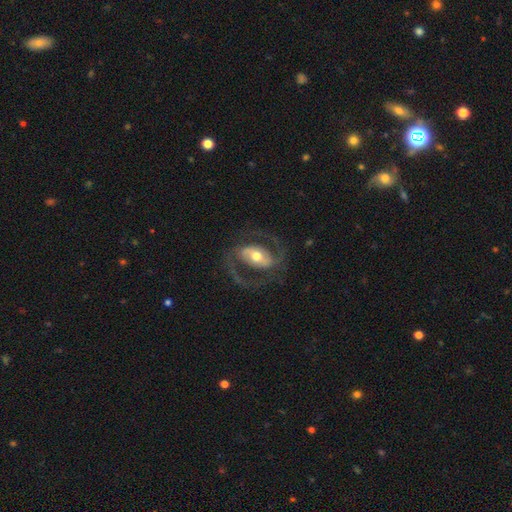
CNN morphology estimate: Smooth or featured? Predicted: featured or disk (p=0.84). Edge-on disk? Predicted: no (p=0.96). Bar? Predicted: strong (p=0.40). Spiral arms? Predicted: yes (p=0.88). Spiral winding? Predicted: medium (p=0.56). Spiral arm count? Predicted: 2 (p=0.91). Bulge size? Predicted: moderate (p=0.68). Merging? Predicted: none (p=0.74).